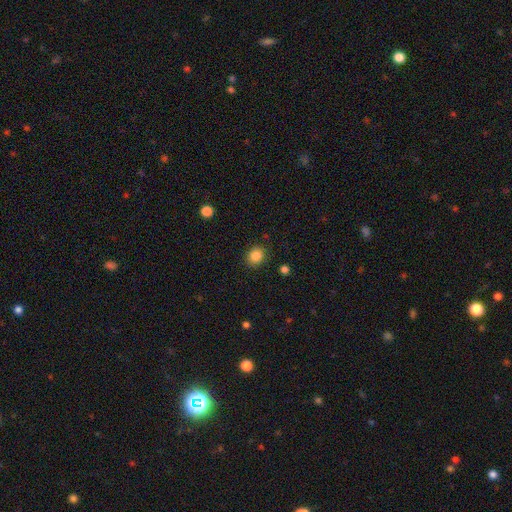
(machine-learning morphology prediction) The model was most divided on "how rounded": round: 67%, in between: 33%, cigar-shaped: 1%. More confident: merging — none (87%); smooth or featured — smooth (85%).